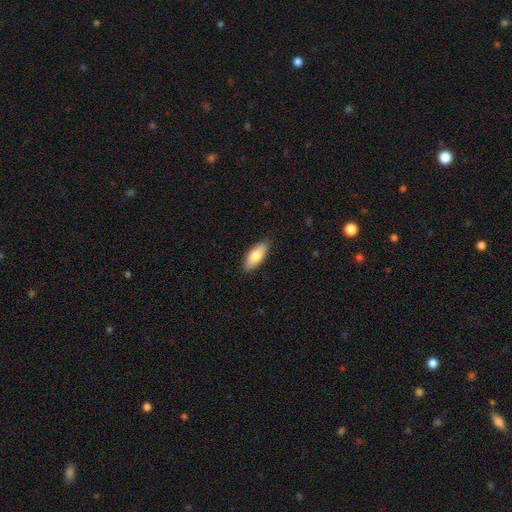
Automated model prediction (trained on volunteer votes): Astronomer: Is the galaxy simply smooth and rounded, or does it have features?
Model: smooth — 81%.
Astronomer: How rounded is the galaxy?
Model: in between — 81%.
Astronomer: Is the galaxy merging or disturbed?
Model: none — 86%.